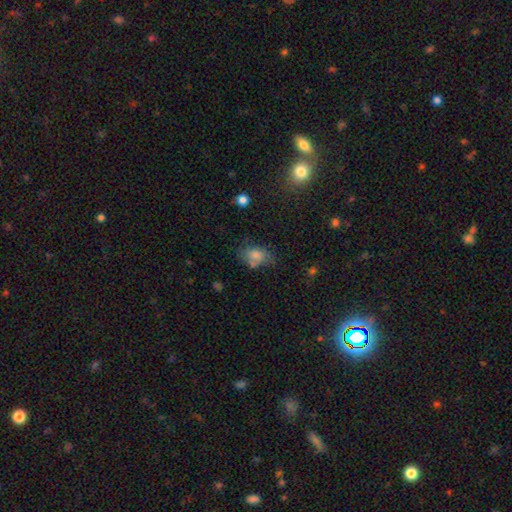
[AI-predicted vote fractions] This appears to be a smooth galaxy with no disk features (74%) that is in between round and cigar-shaped (74%). Merging: none (44%).